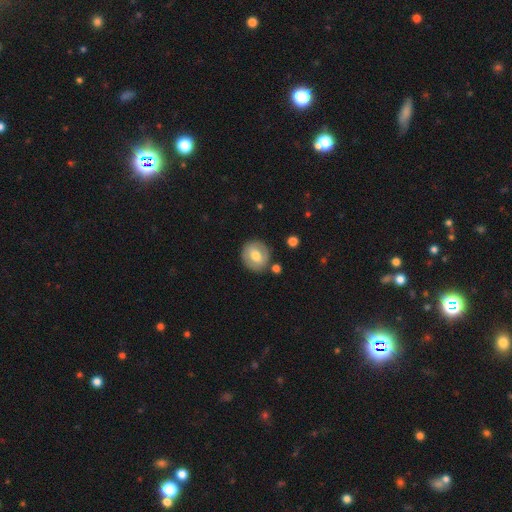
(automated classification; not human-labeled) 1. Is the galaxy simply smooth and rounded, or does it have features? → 61% smooth, 32% featured or disk, 7% star or artifact.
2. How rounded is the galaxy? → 78% round, 21% in between, 1% cigar-shaped.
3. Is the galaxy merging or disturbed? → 81% none, 12% minor disturbance, 5% merger, 3% major disturbance.